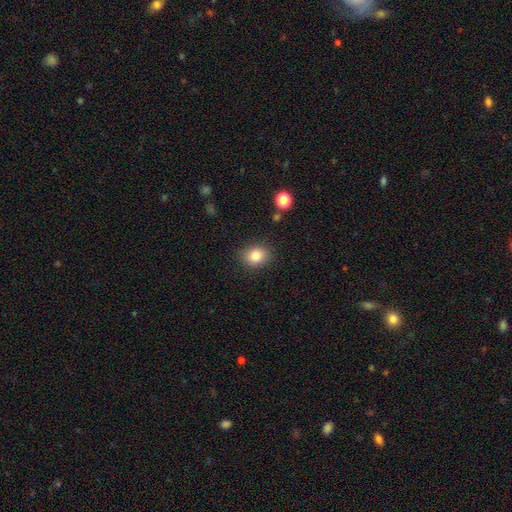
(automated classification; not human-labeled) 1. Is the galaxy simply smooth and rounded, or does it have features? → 83% smooth, 10% star or artifact, 7% featured or disk.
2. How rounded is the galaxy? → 59% round, 40% in between, 1% cigar-shaped.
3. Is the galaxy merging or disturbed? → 86% none, 9% minor disturbance, 3% major disturbance, 2% merger.